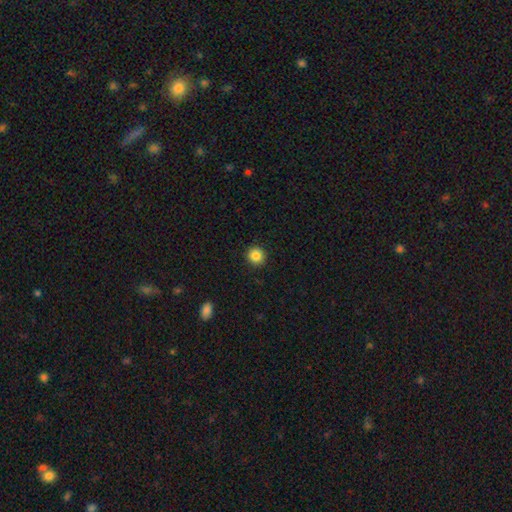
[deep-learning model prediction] Q: Smooth or featured?
A: smooth (86%); runner-up: star or artifact (10%)
Q: How rounded?
A: round (92%); runner-up: in between (7%)
Q: Merging?
A: none (92%); runner-up: minor disturbance (5%)